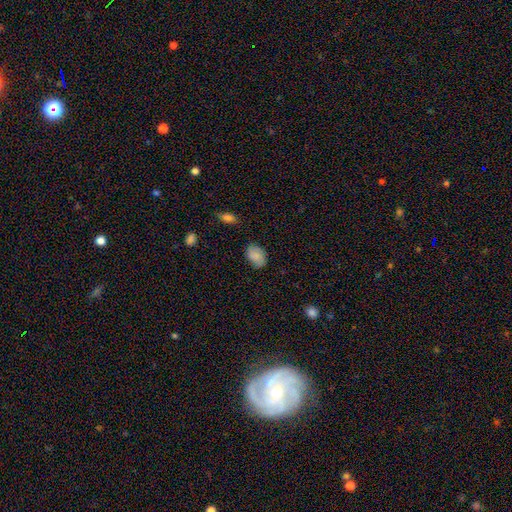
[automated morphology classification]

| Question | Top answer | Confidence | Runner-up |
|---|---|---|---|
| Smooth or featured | smooth | 81% | featured or disk (12%) |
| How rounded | in between | 83% | round (16%) |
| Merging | none | 79% | minor disturbance (16%) |